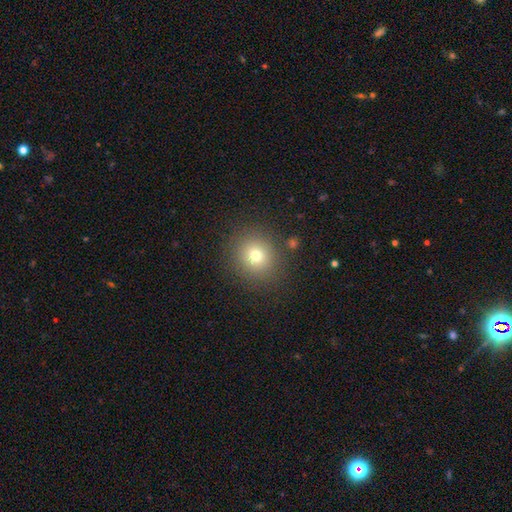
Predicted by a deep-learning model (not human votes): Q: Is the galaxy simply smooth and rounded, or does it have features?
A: smooth — 73%.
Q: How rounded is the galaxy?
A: round — 89%.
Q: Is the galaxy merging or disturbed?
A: none — 86%.